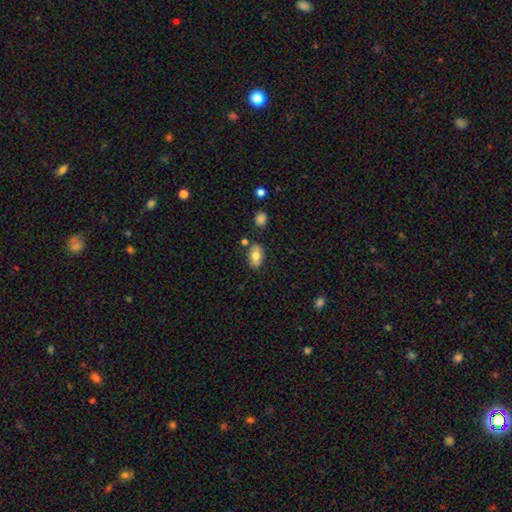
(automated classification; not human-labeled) The model was most divided on "smooth or featured": smooth: 75%, featured or disk: 17%, star or artifact: 8%. More confident: how rounded — in between (89%); merging — none (77%).